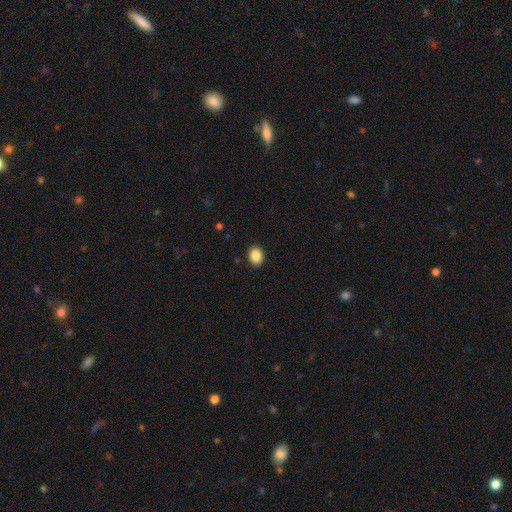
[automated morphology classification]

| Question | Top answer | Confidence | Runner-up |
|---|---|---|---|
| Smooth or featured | smooth | 88% | star or artifact (8%) |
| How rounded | in between | 56% | round (43%) |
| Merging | none | 90% | minor disturbance (7%) |